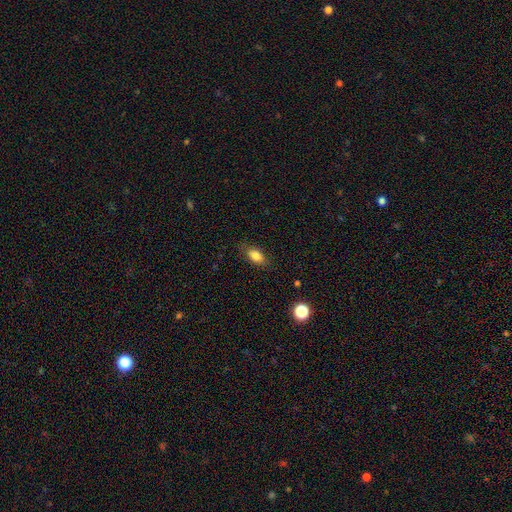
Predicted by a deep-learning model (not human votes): Q: Smooth or featured?
A: smooth (81%); runner-up: featured or disk (10%)
Q: How rounded?
A: in between (87%); runner-up: cigar-shaped (6%)
Q: Merging?
A: none (81%); runner-up: minor disturbance (15%)